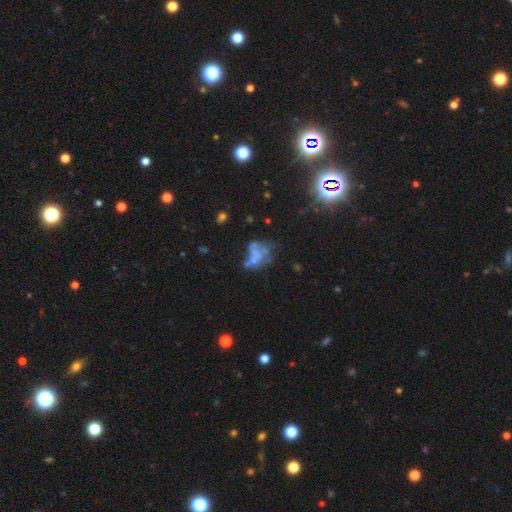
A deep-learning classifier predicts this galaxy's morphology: Smooth or featured: featured or disk — 48% (smooth — 33%)
Merging: major disturbance — 33% (merger — 27%)